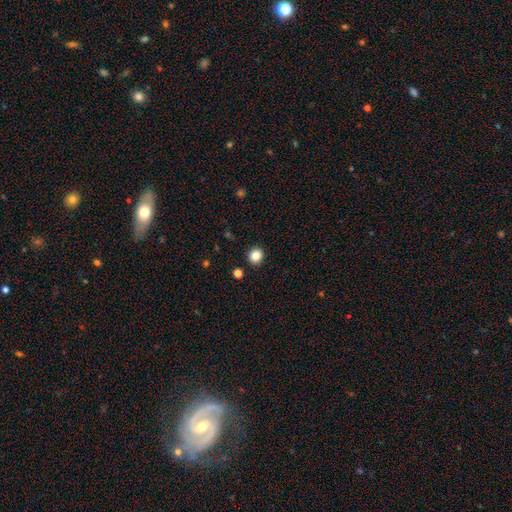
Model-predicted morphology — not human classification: Smooth or featured: smooth — 84% (star or artifact — 11%)
How rounded: round — 91% (in between — 8%)
Merging: none — 92% (minor disturbance — 5%)